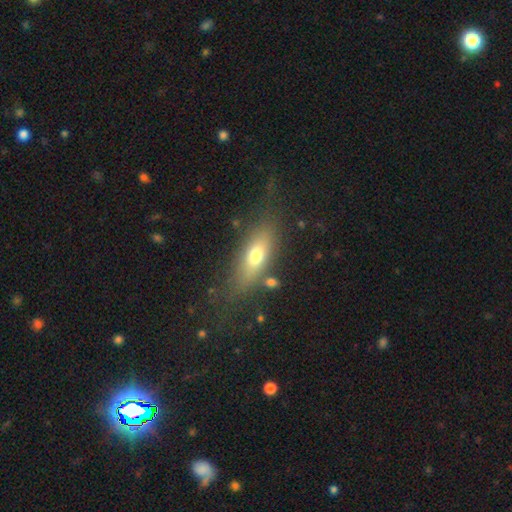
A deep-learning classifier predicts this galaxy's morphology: Smooth or featured: smooth — 63% (featured or disk — 28%)
How rounded: in between — 64% (cigar-shaped — 32%)
Merging: none — 72% (minor disturbance — 16%)